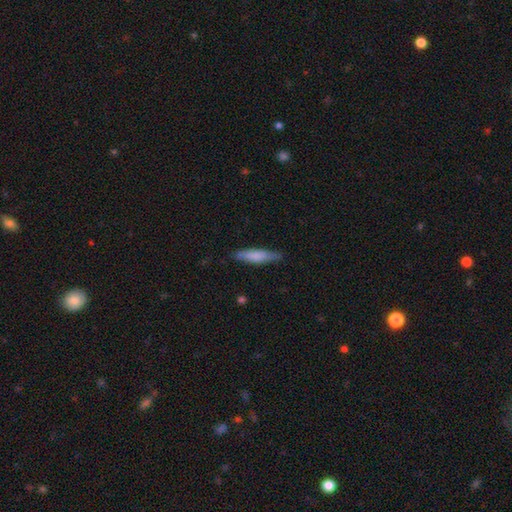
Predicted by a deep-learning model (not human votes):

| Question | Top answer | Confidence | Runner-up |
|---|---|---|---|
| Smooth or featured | smooth | 73% | featured or disk (21%) |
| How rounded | cigar-shaped | 79% | in between (19%) |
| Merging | none | 82% | minor disturbance (15%) |